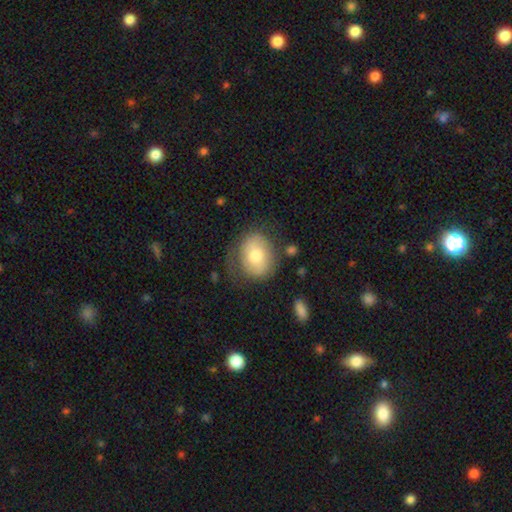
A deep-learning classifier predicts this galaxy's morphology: smooth_or_featured: smooth (p=0.65) [alt: featured or disk p=0.28]
how_rounded: round (p=0.54) [alt: in between p=0.45]
merging: none (p=0.59) [alt: minor disturbance p=0.24]